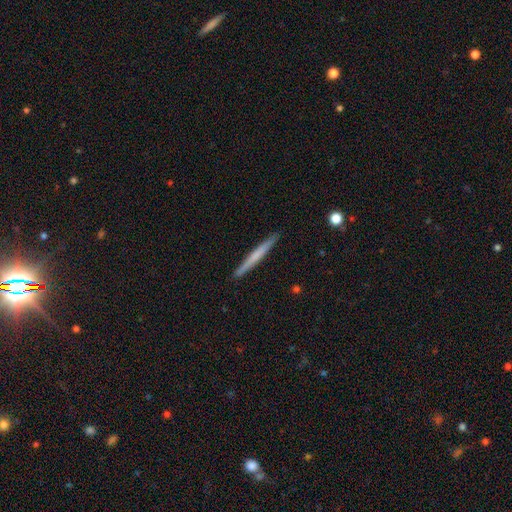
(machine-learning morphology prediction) A smooth galaxy with no disk features (52%) that is cigar-shaped (97%).

Vote fractions:
- Smooth or featured? smooth: 52% / featured or disk: 42% / star or artifact: 5%
- How rounded? cigar-shaped: 97% / in between: 2% / round: 1%
- Merging? none: 92% / minor disturbance: 6% / major disturbance: 1% / merger: 1%